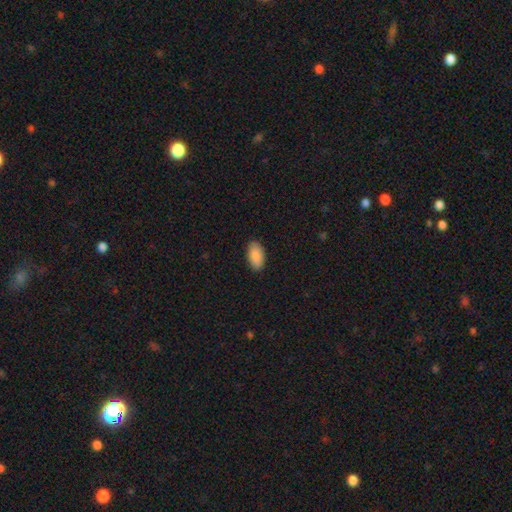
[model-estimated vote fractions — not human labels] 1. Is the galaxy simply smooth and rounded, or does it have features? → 89% smooth, 6% star or artifact, 5% featured or disk.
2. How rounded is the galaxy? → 95% in between, 3% round, 3% cigar-shaped.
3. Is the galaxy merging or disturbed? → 89% none, 8% minor disturbance, 2% major disturbance, 1% merger.